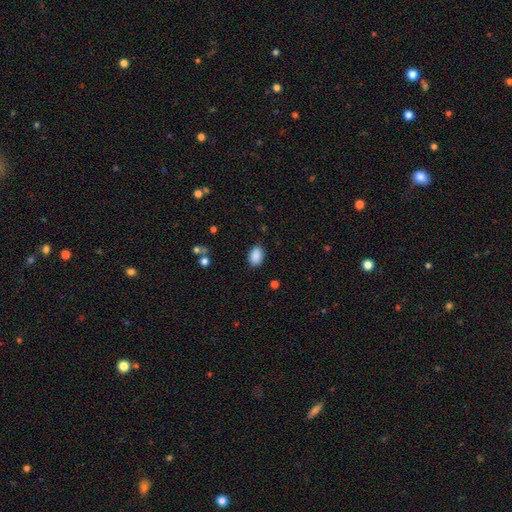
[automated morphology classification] Smooth or featured? smooth (89%)
How rounded? in between (87%)
Merging? none (87%)